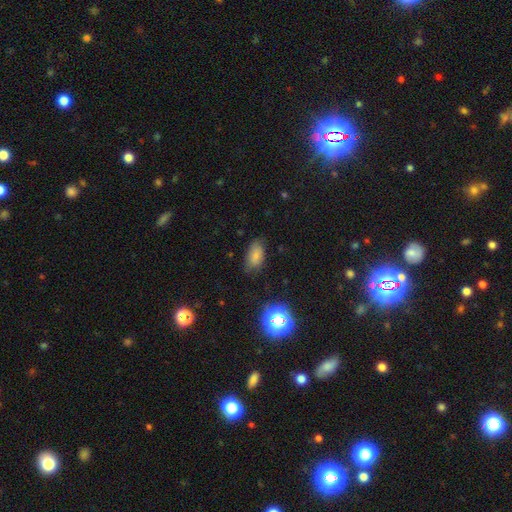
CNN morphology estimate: Q: Smooth or featured?
A: smooth (74%); runner-up: star or artifact (13%)
Q: How rounded?
A: in between (92%); runner-up: round (5%)
Q: Merging?
A: none (70%); runner-up: minor disturbance (23%)